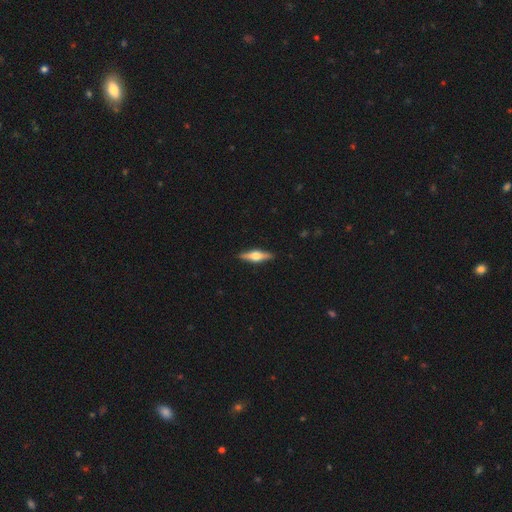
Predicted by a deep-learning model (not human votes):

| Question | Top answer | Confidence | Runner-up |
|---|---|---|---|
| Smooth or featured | featured or disk | 66% | smooth (29%) |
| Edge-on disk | yes | 97% | no (3%) |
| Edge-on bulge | rounded | 94% | boxy (4%) |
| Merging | none | 91% | minor disturbance (7%) |